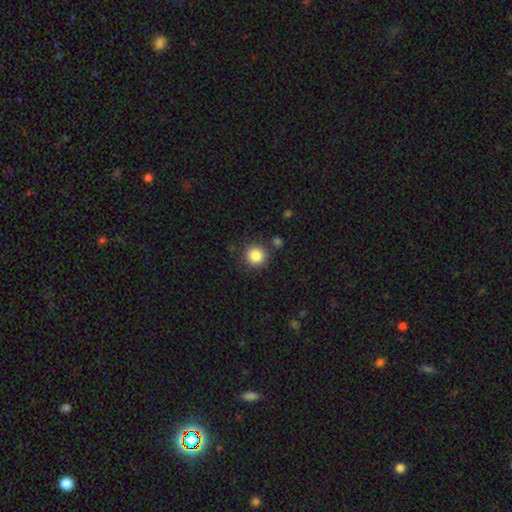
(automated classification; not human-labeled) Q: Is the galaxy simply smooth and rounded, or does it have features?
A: smooth — 85%.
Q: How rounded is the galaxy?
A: round — 94%.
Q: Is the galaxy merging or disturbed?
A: none — 86%.